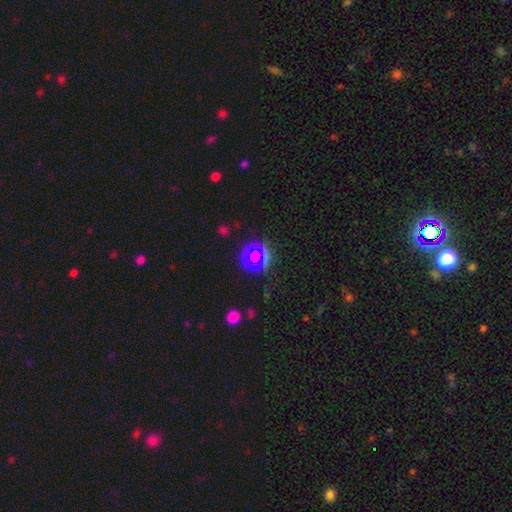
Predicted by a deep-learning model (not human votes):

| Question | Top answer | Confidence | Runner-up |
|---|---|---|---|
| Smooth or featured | star or artifact | 68% | smooth (22%) |